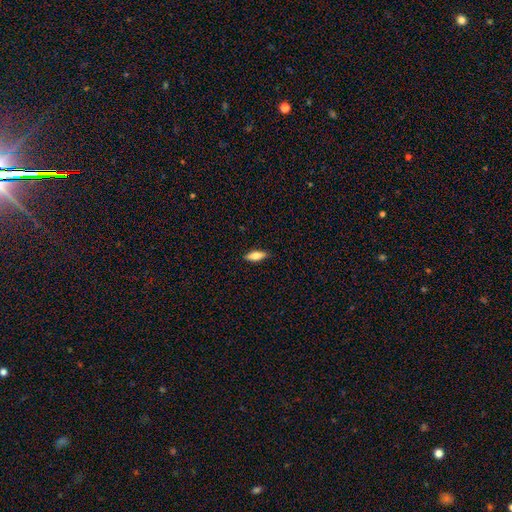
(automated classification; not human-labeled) This is likely a smooth galaxy (72%). How rounded: likely in between (63%). Merging: clearly none (87%).